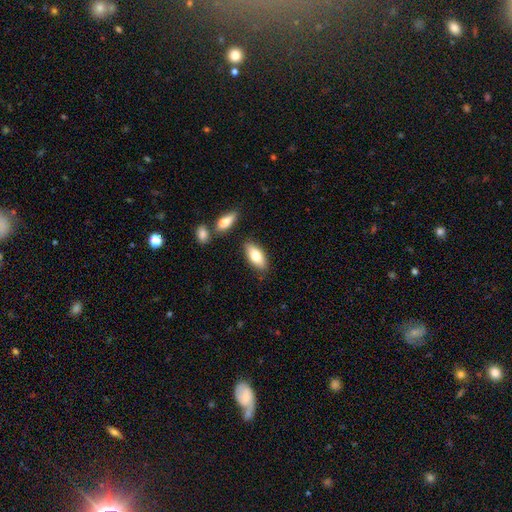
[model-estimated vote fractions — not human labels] smooth 79%, featured or disk 15%, star or artifact 6%. Down the decision tree: how rounded — in between (85%); merging — none (82%).